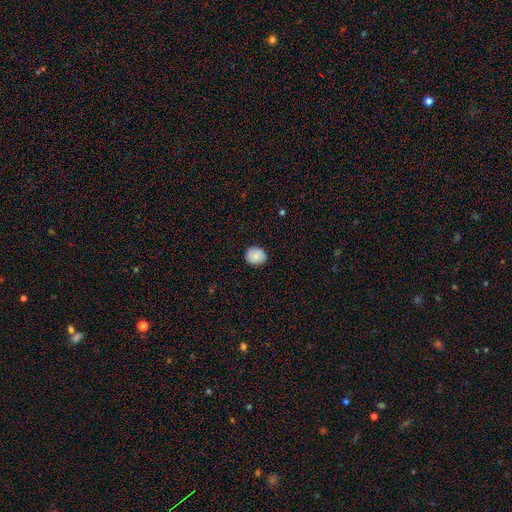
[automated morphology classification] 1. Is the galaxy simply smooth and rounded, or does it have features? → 83% smooth, 9% featured or disk, 7% star or artifact.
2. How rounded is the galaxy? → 75% round, 24% in between, 1% cigar-shaped.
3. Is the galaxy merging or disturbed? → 86% none, 11% minor disturbance, 2% major disturbance, 1% merger.